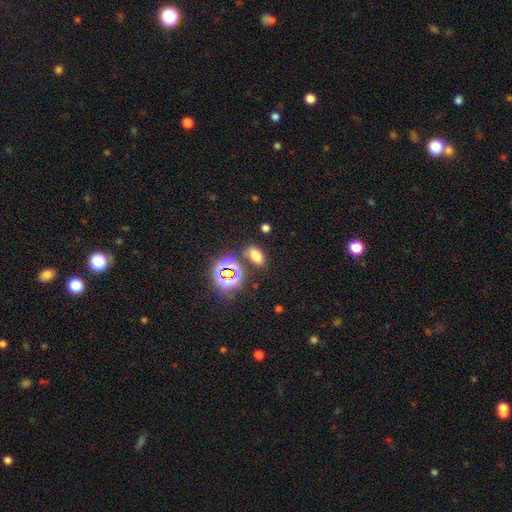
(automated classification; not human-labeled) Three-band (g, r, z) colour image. It shows a smooth galaxy with no disk features (66%) that is in between round and cigar-shaped (85%). Merging: none (75%).